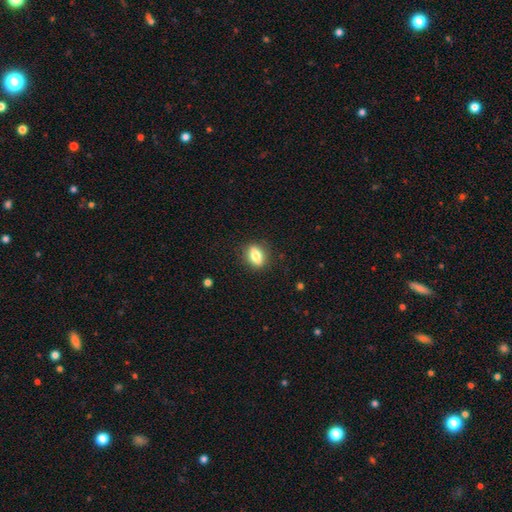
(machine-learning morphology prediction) This is likely a smooth galaxy (68%). How rounded: likely in between (67%). Merging: clearly none (86%).